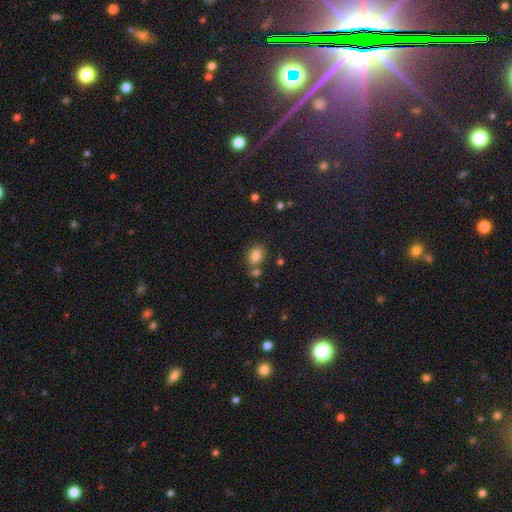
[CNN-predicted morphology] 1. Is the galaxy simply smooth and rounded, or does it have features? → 82% smooth, 10% star or artifact, 8% featured or disk.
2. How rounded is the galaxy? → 72% in between, 26% round, 1% cigar-shaped.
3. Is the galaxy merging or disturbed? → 64% none, 18% merger, 14% minor disturbance, 4% major disturbance.